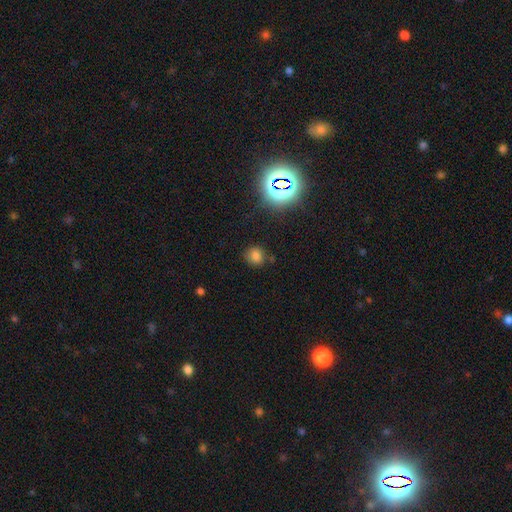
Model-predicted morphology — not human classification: Q: Smooth or featured?
A: smooth (74%); runner-up: star or artifact (20%)
Q: How rounded?
A: round (78%); runner-up: in between (21%)
Q: Merging?
A: none (79%); runner-up: minor disturbance (14%)